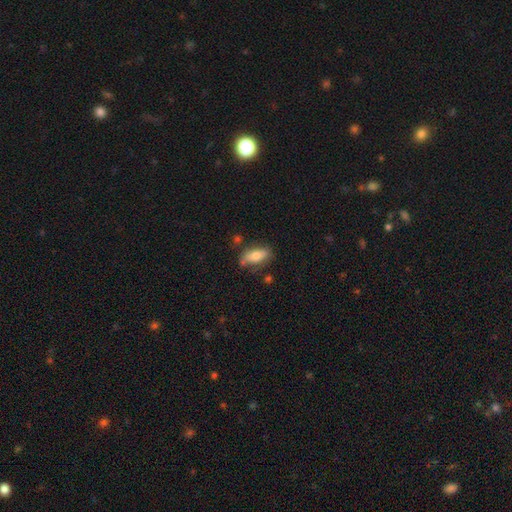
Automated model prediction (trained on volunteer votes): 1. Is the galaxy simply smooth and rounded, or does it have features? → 71% smooth, 22% featured or disk, 7% star or artifact.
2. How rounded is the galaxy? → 80% in between, 16% cigar-shaped, 4% round.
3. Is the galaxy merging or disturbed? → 71% none, 19% minor disturbance, 5% merger, 5% major disturbance.